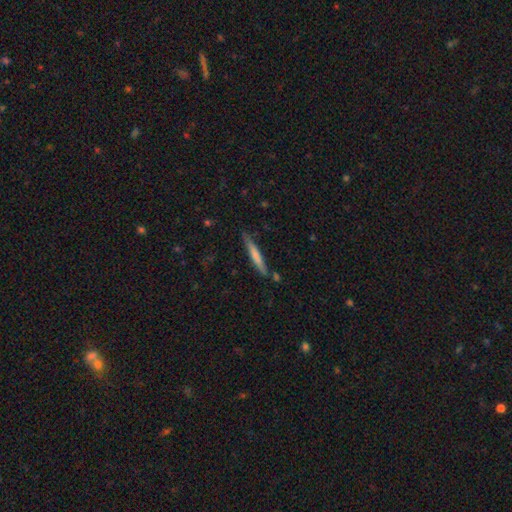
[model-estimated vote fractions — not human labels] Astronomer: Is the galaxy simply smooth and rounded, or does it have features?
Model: smooth — 64%.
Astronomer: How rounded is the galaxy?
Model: cigar-shaped — 95%.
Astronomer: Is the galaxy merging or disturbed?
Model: none — 80%.